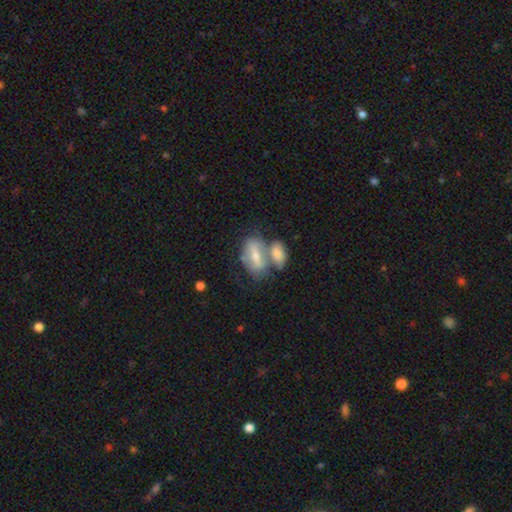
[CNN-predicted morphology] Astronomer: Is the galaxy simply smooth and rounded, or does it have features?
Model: smooth — 47% (runner-up: featured or disk, 43%).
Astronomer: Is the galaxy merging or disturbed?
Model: merger — 57%.